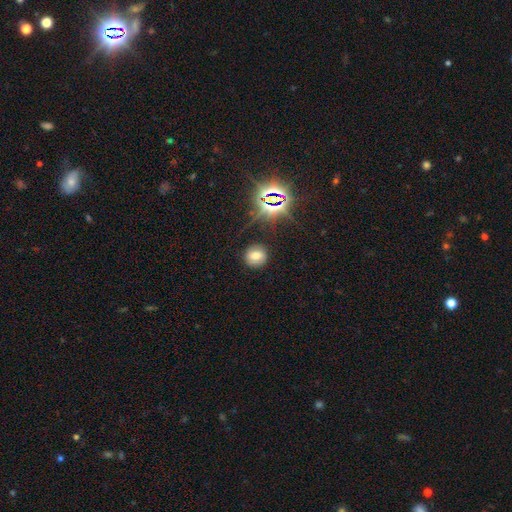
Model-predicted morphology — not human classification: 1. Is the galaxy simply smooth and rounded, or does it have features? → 63% smooth, 22% star or artifact, 14% featured or disk.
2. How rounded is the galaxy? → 84% round, 15% in between, 1% cigar-shaped.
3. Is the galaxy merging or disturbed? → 87% none, 8% minor disturbance, 3% major disturbance, 2% merger.